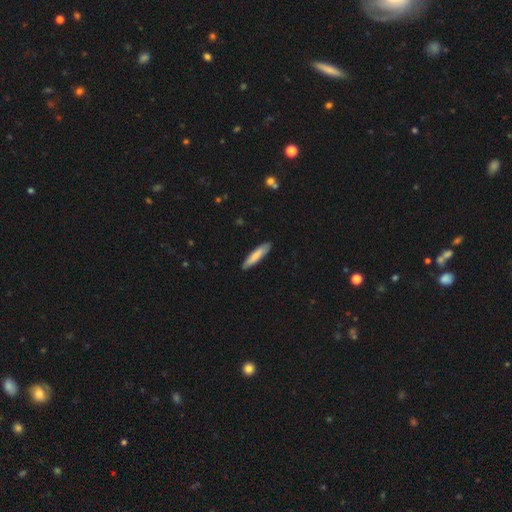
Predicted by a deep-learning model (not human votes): smooth-or-featured: smooth: 77% | featured or disk: 18% | star or artifact: 5%
  how-rounded: cigar-shaped: 82% | in between: 17% | round: 1%
  merging: none: 87% | minor disturbance: 10% | major disturbance: 2% | merger: 1%